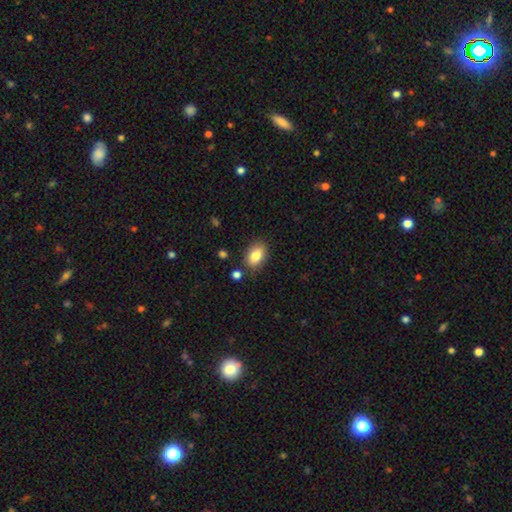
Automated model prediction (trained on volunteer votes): Morphology: type=smooth (83%); roundness=in between (86%); merging=none (82%).